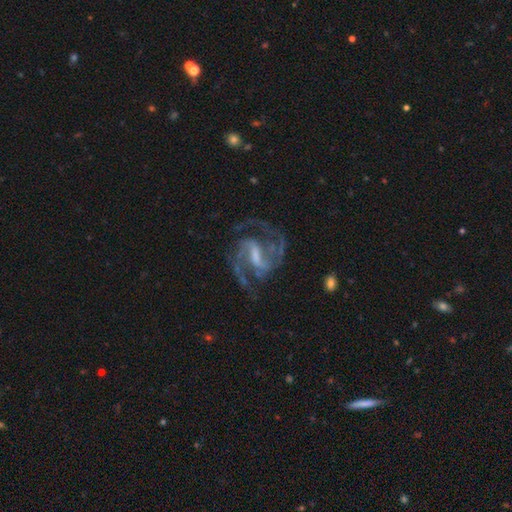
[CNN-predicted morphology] Q: Smooth or featured?
A: featured or disk (93%); runner-up: star or artifact (4%)
Q: Edge-on disk?
A: no (98%); runner-up: yes (2%)
Q: Bar?
A: strong (46%); runner-up: weak (45%)
Q: Spiral arms?
A: yes (98%); runner-up: no (2%)
Q: Spiral winding?
A: medium (65%); runner-up: tight (21%)
Q: Spiral arm count?
A: 2 (88%); runner-up: 3 (5%)
Q: Bulge size?
A: small (37%); runner-up: moderate (31%)
Q: Merging?
A: none (75%); runner-up: minor disturbance (14%)